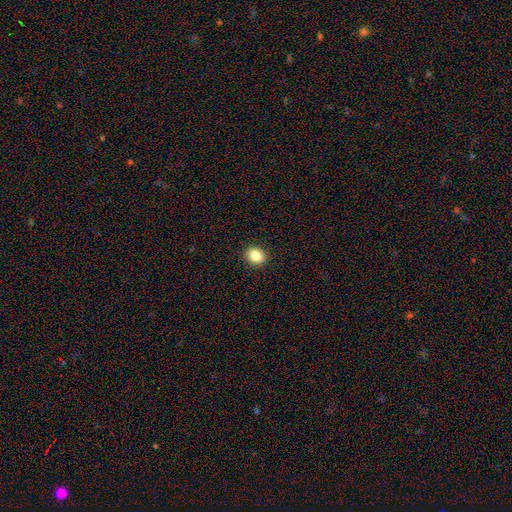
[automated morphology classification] smooth 84%, star or artifact 10%, featured or disk 5%. Down the decision tree: how rounded — round (66%); merging — none (92%).